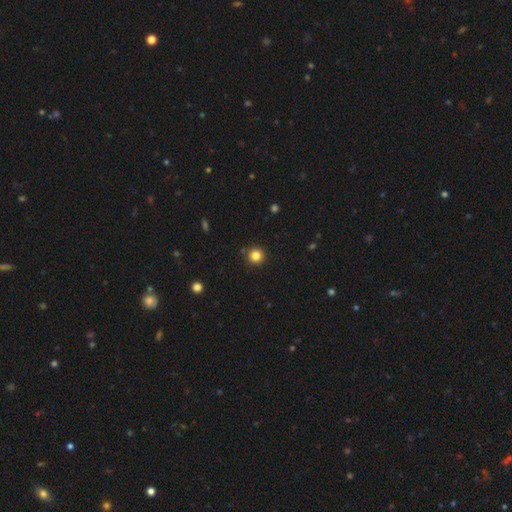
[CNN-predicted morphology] The model was most divided on "smooth or featured": smooth: 83%, star or artifact: 12%, featured or disk: 5%. More confident: how rounded — round (95%); merging — none (90%).